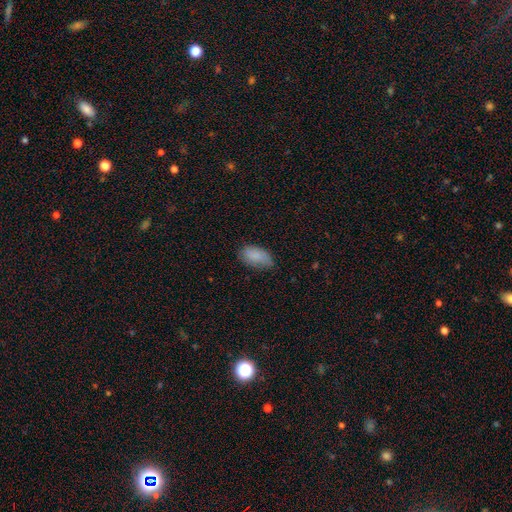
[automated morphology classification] smooth-or-featured: smooth: 84% | featured or disk: 10% | star or artifact: 7%
  how-rounded: in between: 93% | cigar-shaped: 4% | round: 3%
  merging: none: 68% | minor disturbance: 26% | major disturbance: 5% | merger: 1%